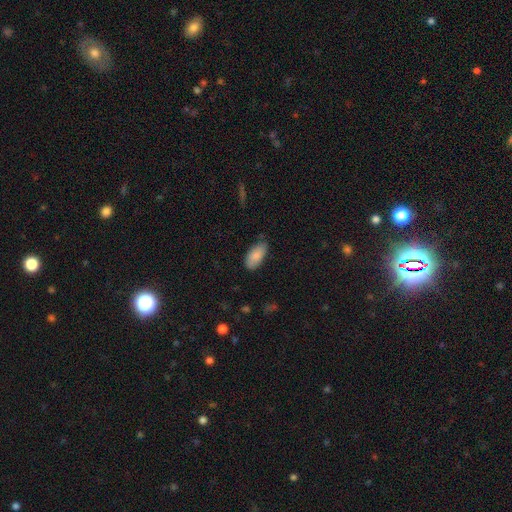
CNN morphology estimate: A smooth galaxy with no disk features (86%) that is in between round and cigar-shaped (93%).

Vote fractions:
- Smooth or featured? smooth: 86% / featured or disk: 7% / star or artifact: 6%
- How rounded? in between: 93% / cigar-shaped: 5% / round: 2%
- Merging? none: 74% / minor disturbance: 21% / major disturbance: 3% / merger: 1%